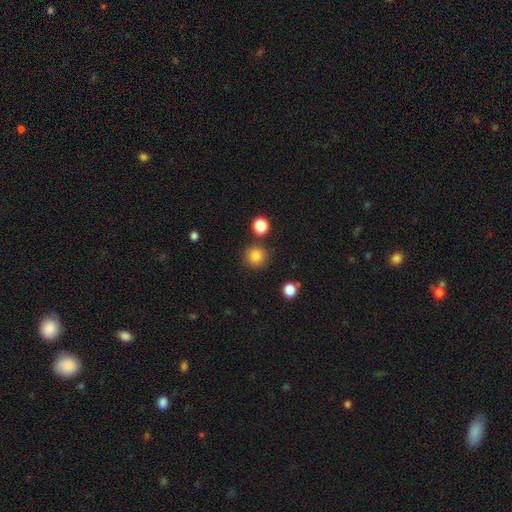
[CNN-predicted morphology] smooth-or-featured: smooth: 84% | star or artifact: 11% | featured or disk: 5%
  how-rounded: round: 92% | in between: 7% | cigar-shaped: 1%
  merging: none: 83% | minor disturbance: 8% | merger: 6% | major disturbance: 3%